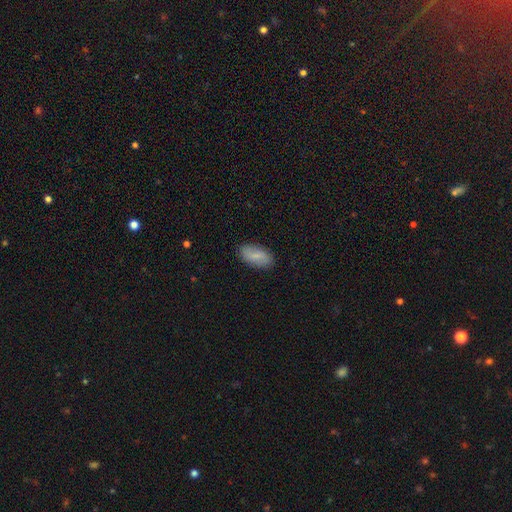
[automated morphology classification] Smooth or featured? Predicted: smooth (p=0.78). How rounded? Predicted: in between (p=0.93). Merging? Predicted: none (p=0.87).